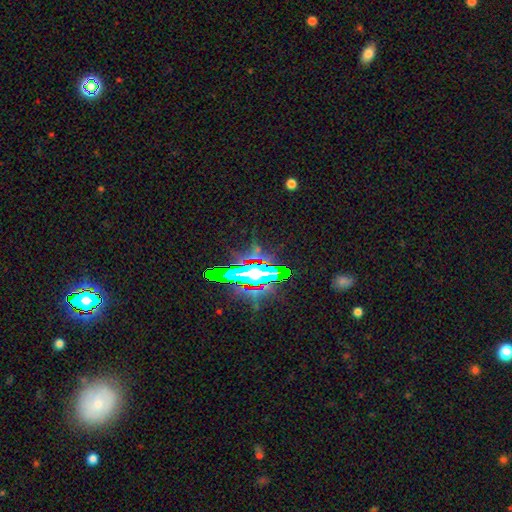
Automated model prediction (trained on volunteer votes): Smooth or featured? Predicted: star or artifact (p=0.69).